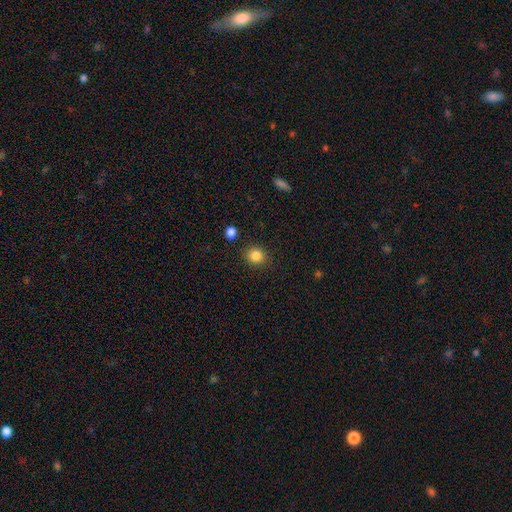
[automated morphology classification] Smooth or featured? Predicted: smooth (p=0.85). How rounded? Predicted: round (p=0.77). Merging? Predicted: none (p=0.88).